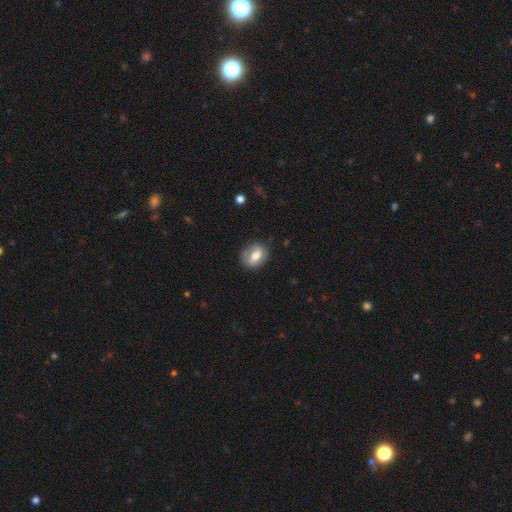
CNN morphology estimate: A smooth galaxy with no disk features (56%) that is in between round and cigar-shaped (61%).

Vote fractions:
- Smooth or featured? smooth: 56% / featured or disk: 36% / star or artifact: 7%
- How rounded? in between: 61% / round: 37% / cigar-shaped: 2%
- Merging? none: 73% / minor disturbance: 19% / major disturbance: 6% / merger: 1%